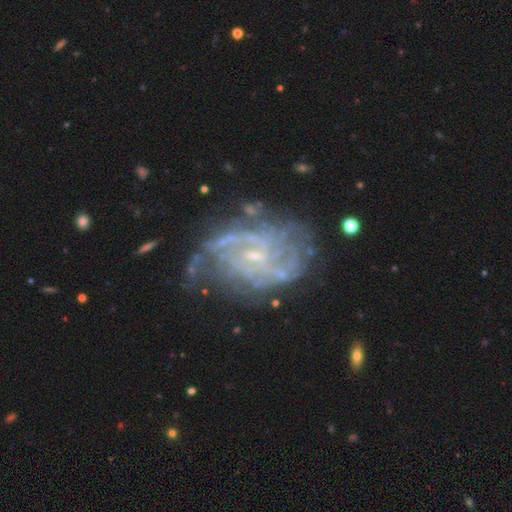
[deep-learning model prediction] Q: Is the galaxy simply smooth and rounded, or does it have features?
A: featured or disk — 85%.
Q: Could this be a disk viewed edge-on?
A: no — 97%.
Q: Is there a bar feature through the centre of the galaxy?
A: no — 46%.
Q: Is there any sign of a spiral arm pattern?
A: yes — 89%.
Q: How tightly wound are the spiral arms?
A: tight — 45%.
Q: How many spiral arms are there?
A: can't tell — 39%.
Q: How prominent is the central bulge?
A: small — 75%.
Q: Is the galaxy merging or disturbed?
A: none — 59%.